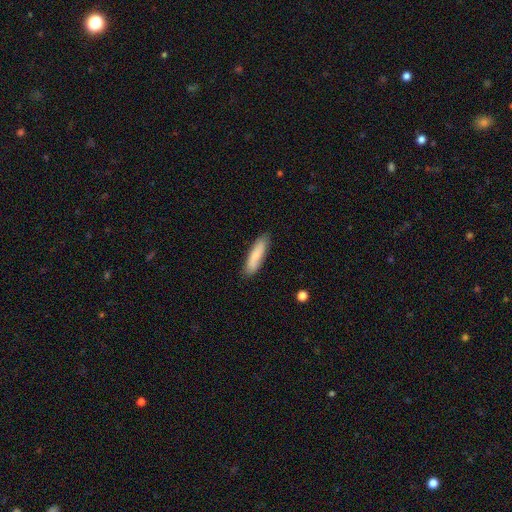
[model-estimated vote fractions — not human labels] Overall: smooth (79%). How rounded: cigar-shaped (65%; in between 33%). Merging: none (85%).